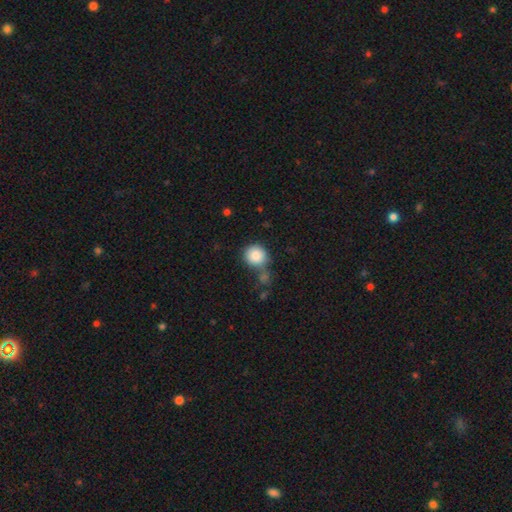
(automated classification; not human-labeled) This appears to be a smooth galaxy with no disk features (86%) that is round (92%). Merging: none (60%).